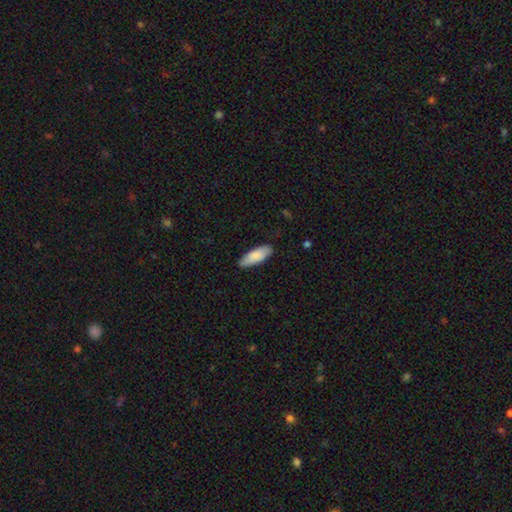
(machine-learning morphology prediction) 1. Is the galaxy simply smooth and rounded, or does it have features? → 85% smooth, 10% featured or disk, 5% star or artifact.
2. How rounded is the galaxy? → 67% in between, 32% cigar-shaped, 2% round.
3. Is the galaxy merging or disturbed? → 86% none, 11% minor disturbance, 2% major disturbance, 1% merger.